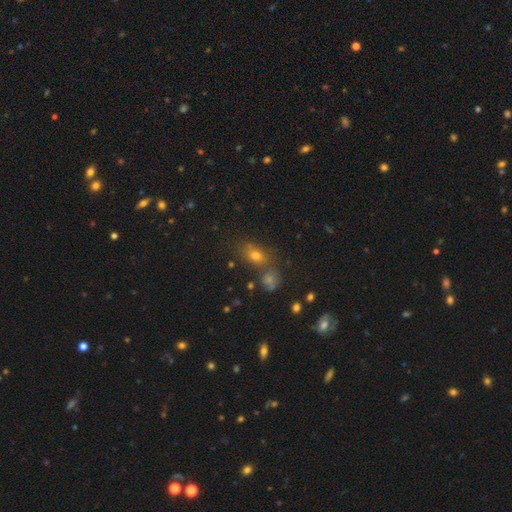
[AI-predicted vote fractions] Morphology: type=smooth (64%); roundness=in between (68%); merging=none (62%).